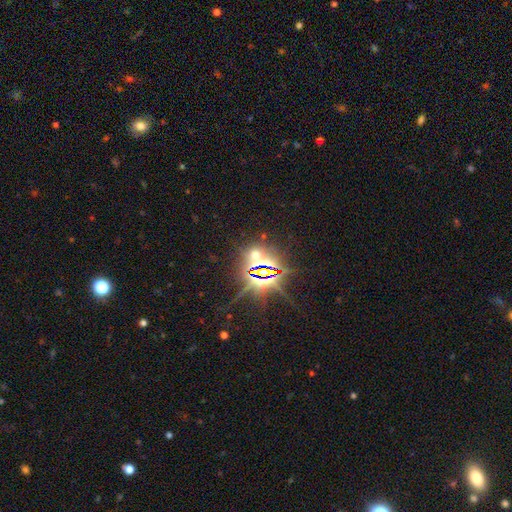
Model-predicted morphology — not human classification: type=star or artifact (72%).